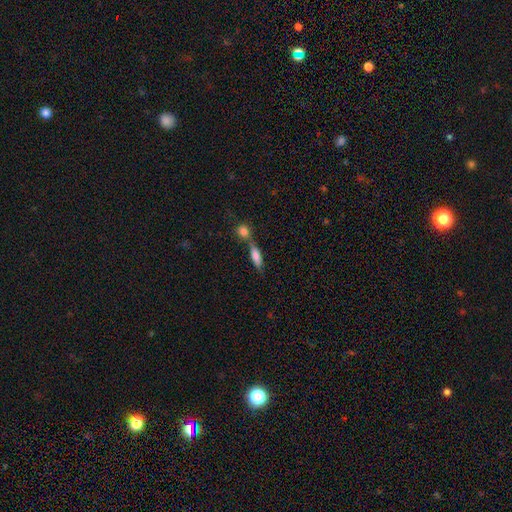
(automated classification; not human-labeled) Smooth or featured? Predicted: smooth (p=0.69). How rounded? Predicted: in between (p=0.54). Merging? Predicted: none (p=0.47).